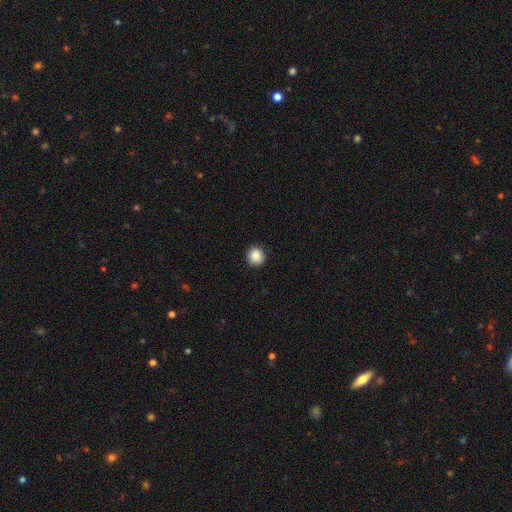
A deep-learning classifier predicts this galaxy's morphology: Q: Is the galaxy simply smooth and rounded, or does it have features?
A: smooth — 89%.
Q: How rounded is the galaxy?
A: round — 92%.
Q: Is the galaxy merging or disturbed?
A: none — 92%.